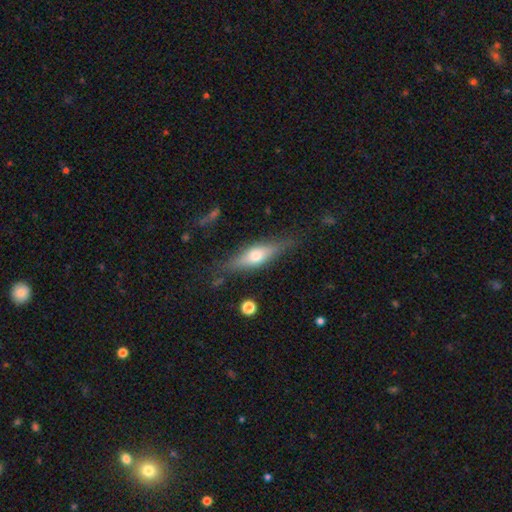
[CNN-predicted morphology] Smooth or featured: featured or disk — 50% (smooth — 43%)
Merging: none — 79% (minor disturbance — 15%)